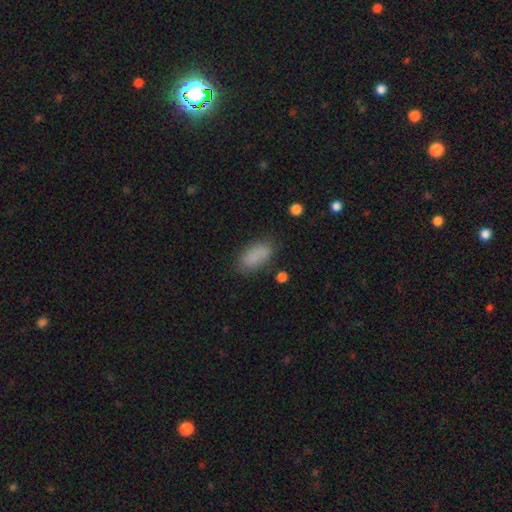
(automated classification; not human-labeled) smooth 85%, star or artifact 9%, featured or disk 6%. Down the decision tree: how rounded — in between (90%); merging — none (77%).